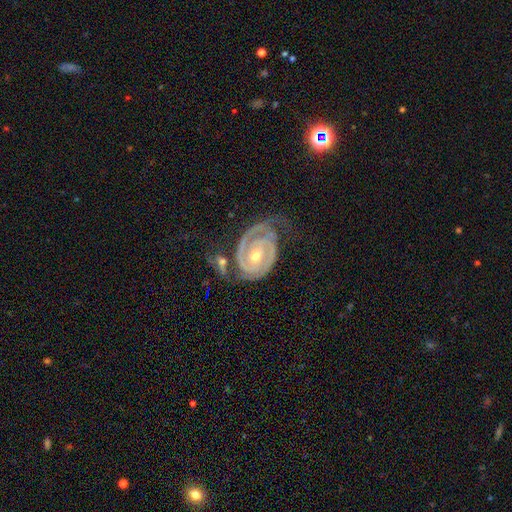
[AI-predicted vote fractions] This is clearly a featured or disk galaxy (92%). It is clearly not viewed edge-on (97%). Bar: possibly no (50%). Spiral arm pattern: clearly yes (98%). Spiral arm count: likely 2 (77%). Spiral winding: likely tight (76%). Central bulge: possibly moderate (59%). Merging: possibly none (51%).